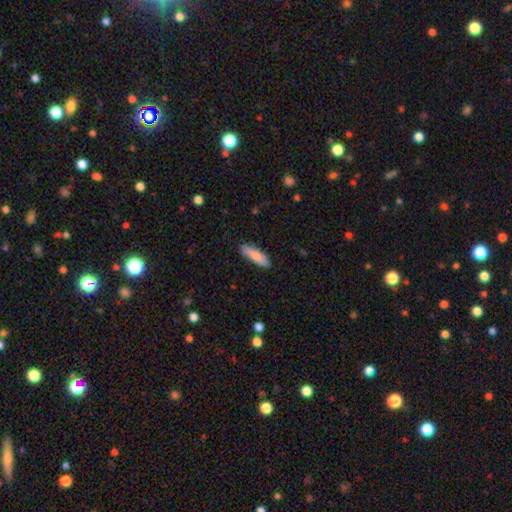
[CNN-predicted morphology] smooth-or-featured: smooth: 85% | featured or disk: 10% | star or artifact: 5%
  how-rounded: cigar-shaped: 52% | in between: 46% | round: 2%
  merging: none: 86% | minor disturbance: 11% | major disturbance: 2% | merger: 1%